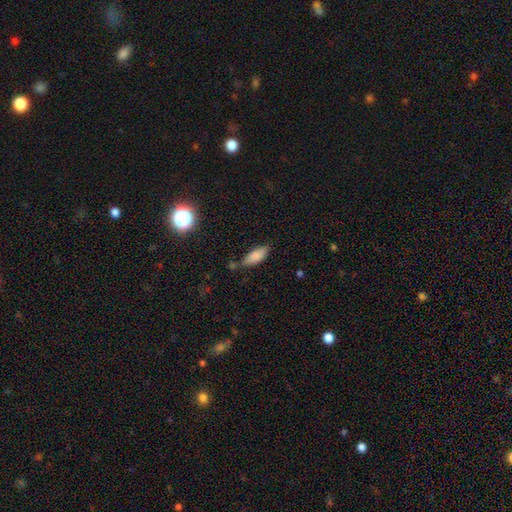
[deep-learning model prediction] A smooth galaxy with no disk features (81%) that is in between round and cigar-shaped (77%). Merging: none (66%).